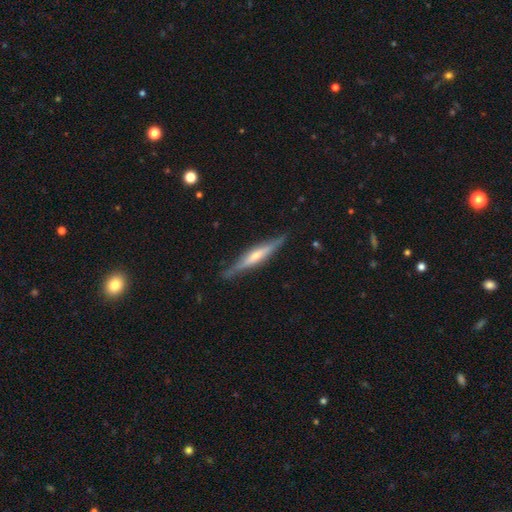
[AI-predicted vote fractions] The model was most divided on "smooth or featured": featured or disk: 69%, smooth: 25%, star or artifact: 6%. More confident: edge-on disk — yes (95%); merging — none (84%); edge-on bulge — rounded (65%).